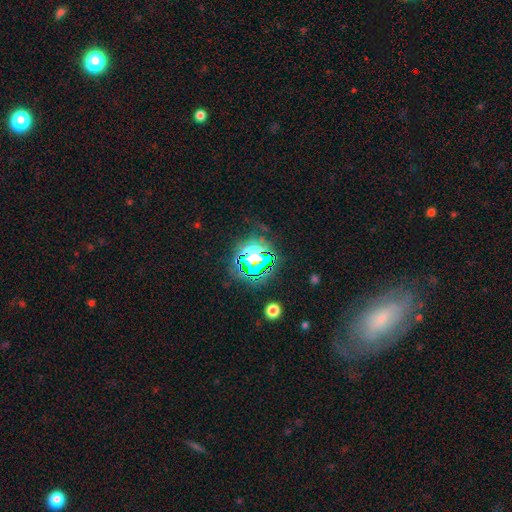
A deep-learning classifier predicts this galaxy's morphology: star or artifact 67%, smooth 19%, featured or disk 14%.